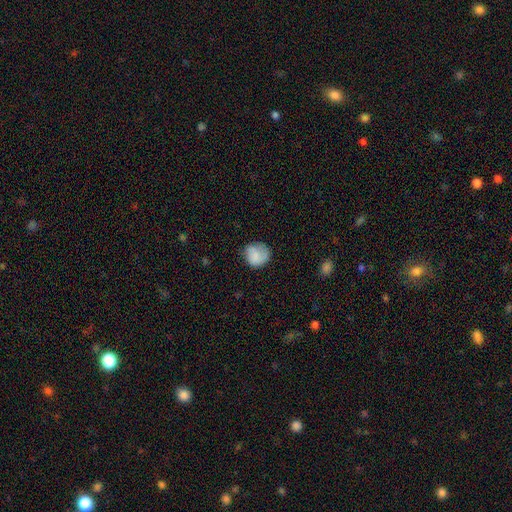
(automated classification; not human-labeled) Smooth or featured: smooth — 76% (featured or disk — 16%)
How rounded: round — 80% (in between — 19%)
Merging: none — 59% (minor disturbance — 26%)